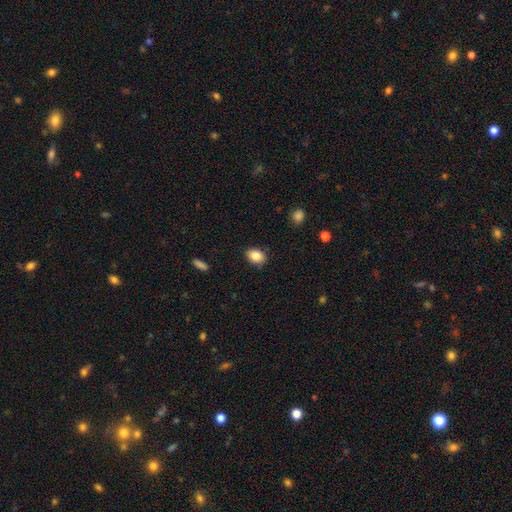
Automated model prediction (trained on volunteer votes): smooth_or_featured: smooth (p=0.86) [alt: star or artifact p=0.08]
how_rounded: in between (p=0.73) [alt: round p=0.26]
merging: none (p=0.86) [alt: minor disturbance p=0.11]